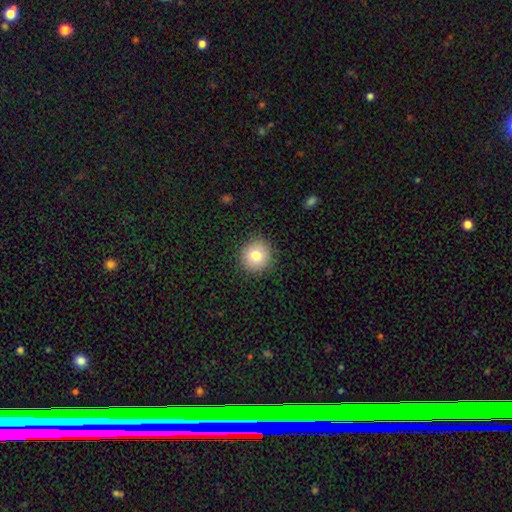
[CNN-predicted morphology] This is likely a smooth galaxy (79%). How rounded: clearly round (93%). Merging: clearly none (91%).